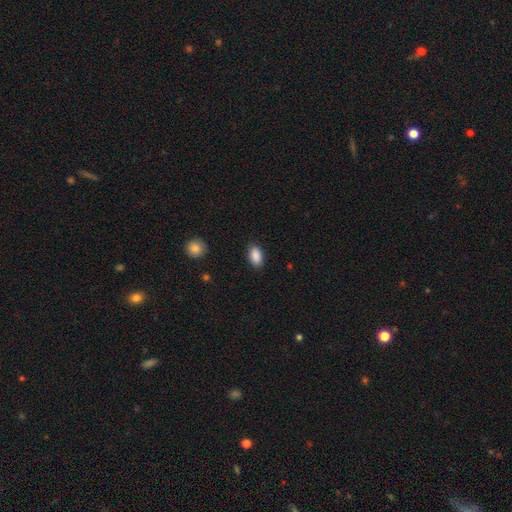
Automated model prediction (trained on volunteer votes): Overall: smooth (89%). How rounded: in between (92%). Merging: none (87%).